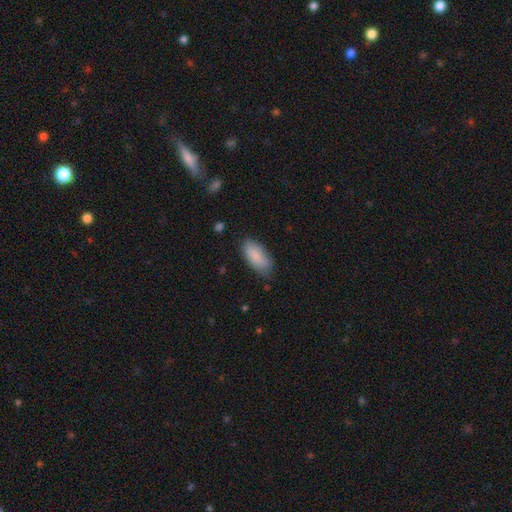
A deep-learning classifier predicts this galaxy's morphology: A smooth galaxy with no disk features (85%) that is in between round and cigar-shaped (87%). Merging: none (72%).